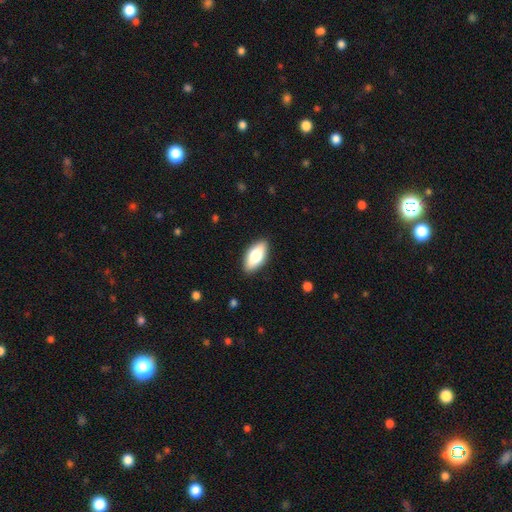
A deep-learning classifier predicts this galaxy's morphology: Smooth or featured?
  - smooth: 73% *
  - featured or disk: 21%
  - star or artifact: 6%
How rounded?
  - in between: 88% *
  - cigar-shaped: 9%
  - round: 3%
Merging?
  - none: 88% *
  - minor disturbance: 9%
  - major disturbance: 2%
  - merger: 1%